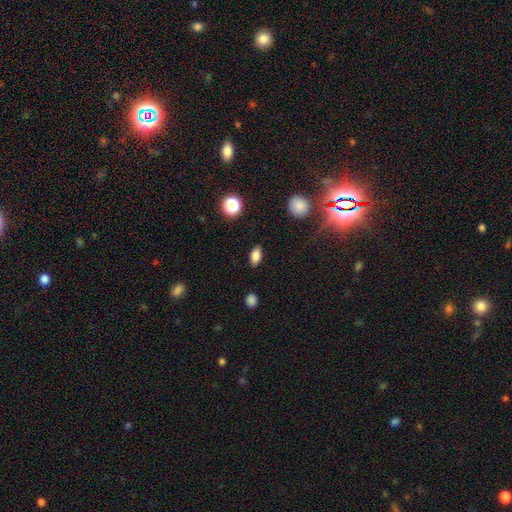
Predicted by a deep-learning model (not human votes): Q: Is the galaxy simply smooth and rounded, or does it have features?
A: smooth — 81%.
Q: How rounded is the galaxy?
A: in between — 86%.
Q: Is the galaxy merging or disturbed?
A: none — 87%.